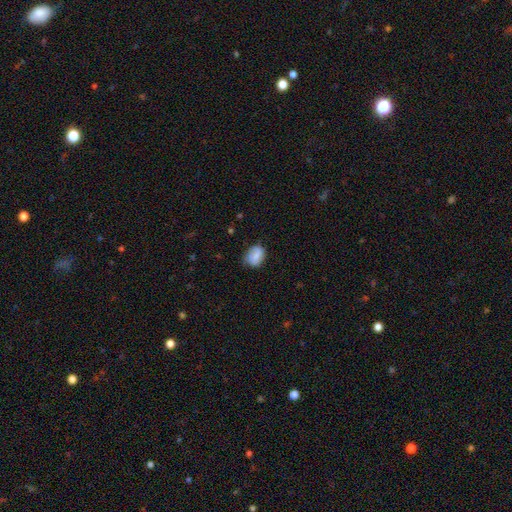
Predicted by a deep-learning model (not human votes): Smooth or featured: smooth — 75% (featured or disk — 17%)
How rounded: in between — 64% (round — 34%)
Merging: none — 65% (minor disturbance — 28%)